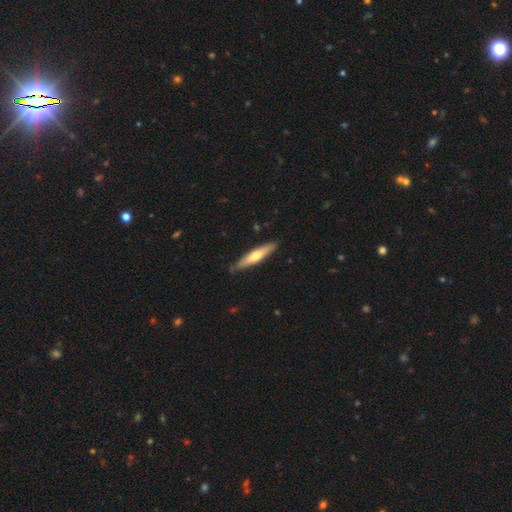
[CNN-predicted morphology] Smooth or featured?
  - smooth: 51% *
  - featured or disk: 44%
  - star or artifact: 5%
How rounded?
  - cigar-shaped: 85% *
  - in between: 14%
  - round: 1%
Merging?
  - none: 85% *
  - minor disturbance: 11%
  - major disturbance: 2%
  - merger: 1%